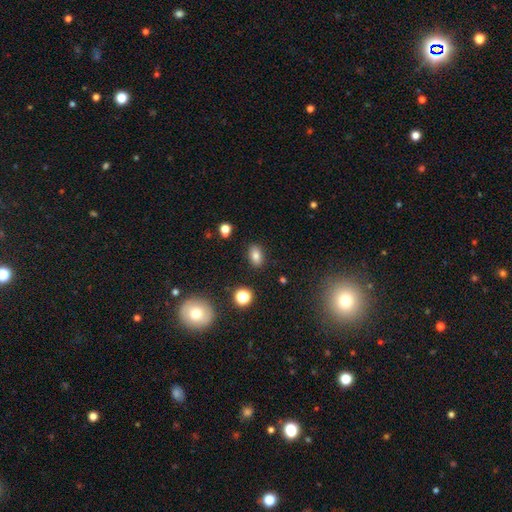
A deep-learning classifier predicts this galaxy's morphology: smooth_or_featured: smooth (p=0.79) [alt: star or artifact p=0.12]
how_rounded: in between (p=0.86) [alt: round p=0.11]
merging: none (p=0.86) [alt: minor disturbance p=0.09]